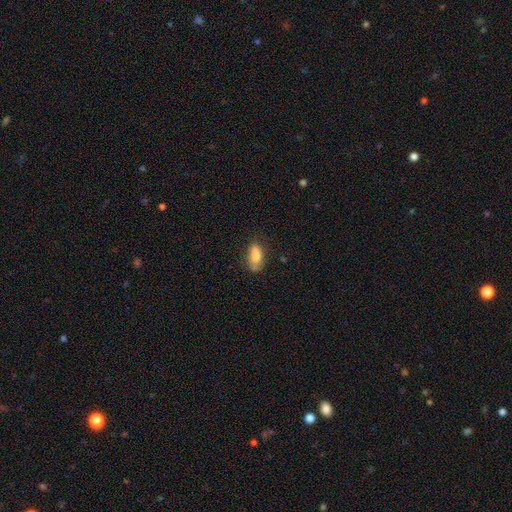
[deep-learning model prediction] Overall: smooth (79%). How rounded: in between (83%). Merging: none (65%; minor disturbance 26%).